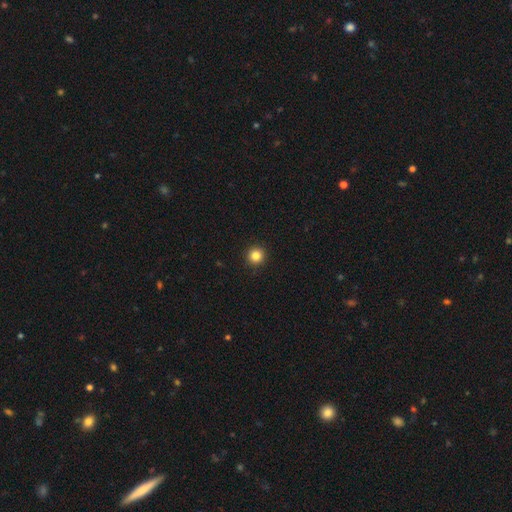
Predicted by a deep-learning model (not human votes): smooth 84%, star or artifact 12%, featured or disk 4%. Down the decision tree: how rounded — round (95%); merging — none (93%).